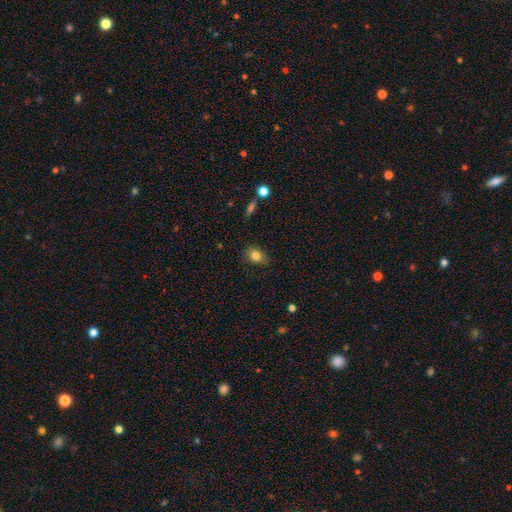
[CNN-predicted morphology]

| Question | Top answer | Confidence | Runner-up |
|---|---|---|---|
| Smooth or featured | smooth | 82% | star or artifact (10%) |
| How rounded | in between | 60% | round (39%) |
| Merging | none | 75% | minor disturbance (20%) |